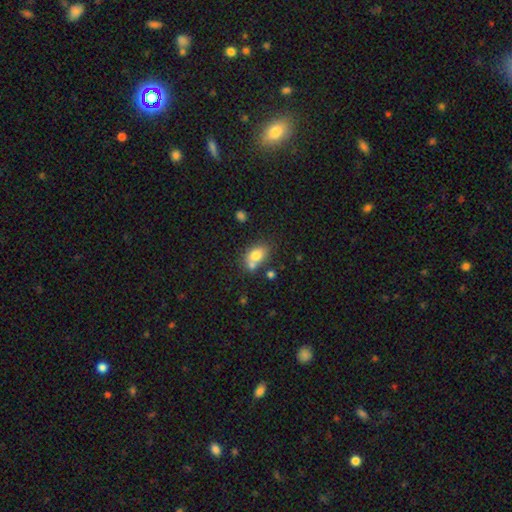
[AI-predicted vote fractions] A smooth galaxy with no disk features (76%) that is in between round and cigar-shaped (76%). Merging: none (45%).